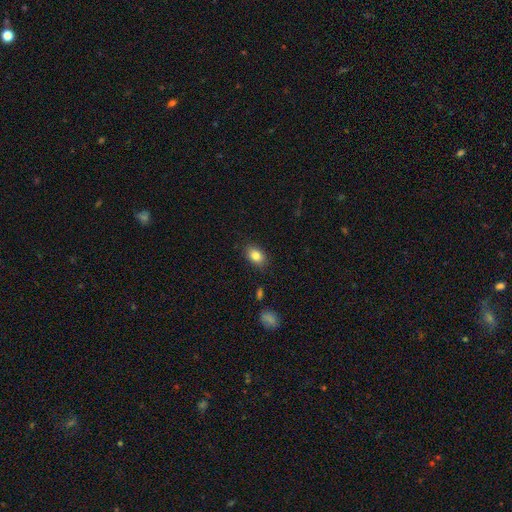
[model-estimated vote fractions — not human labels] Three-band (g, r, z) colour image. It shows a smooth galaxy with no disk features (84%) that is in between round and cigar-shaped (85%). Merging: none (86%).